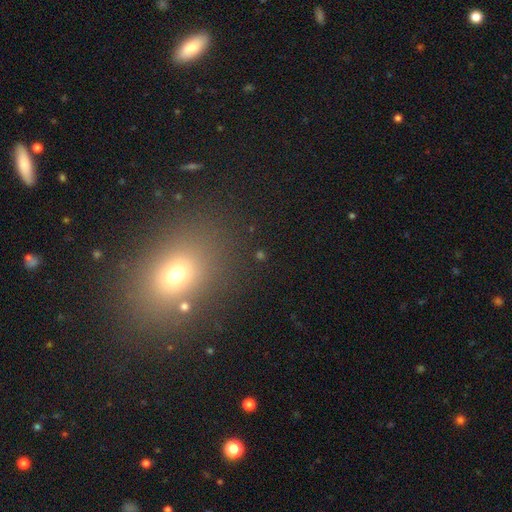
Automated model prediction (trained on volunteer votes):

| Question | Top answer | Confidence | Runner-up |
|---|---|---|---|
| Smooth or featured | smooth | 54% | star or artifact (34%) |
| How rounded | round | 50% | in between (48%) |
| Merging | none | 79% | minor disturbance (10%) |